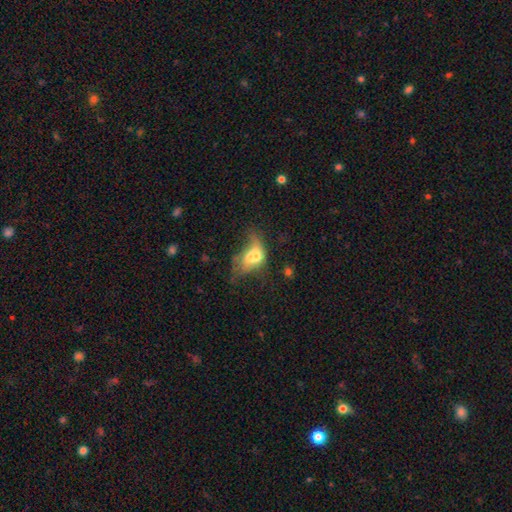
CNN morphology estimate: smooth 53%, featured or disk 36%, star or artifact 11%. Down the decision tree: how rounded — in between (78%); merging — merger (44%).